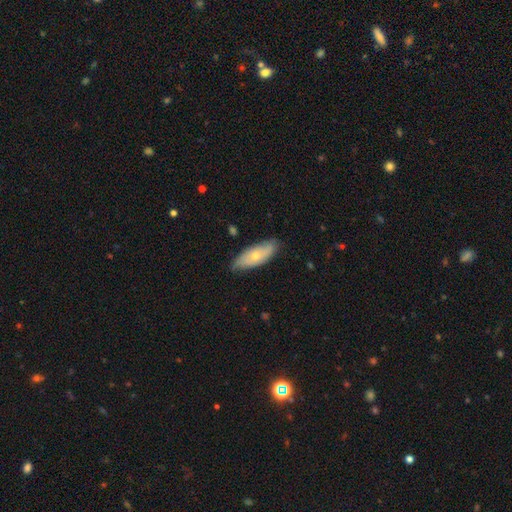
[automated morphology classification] This appears to be a smooth galaxy with no disk features (54%) that is in between round and cigar-shaped (73%). Merging: none (74%).